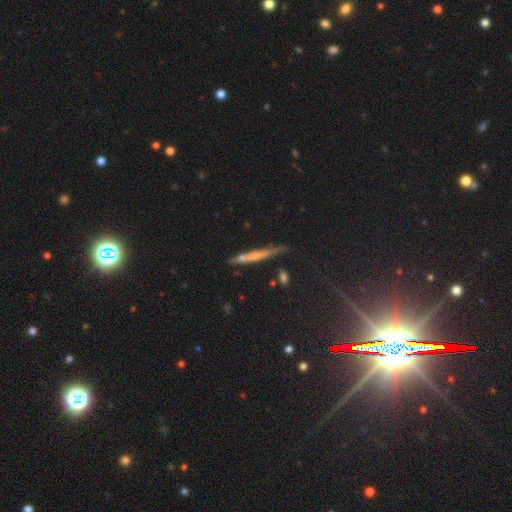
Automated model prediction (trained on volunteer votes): Q: Smooth or featured?
A: smooth (47%); runner-up: featured or disk (44%)
Q: Merging?
A: none (66%); runner-up: minor disturbance (21%)